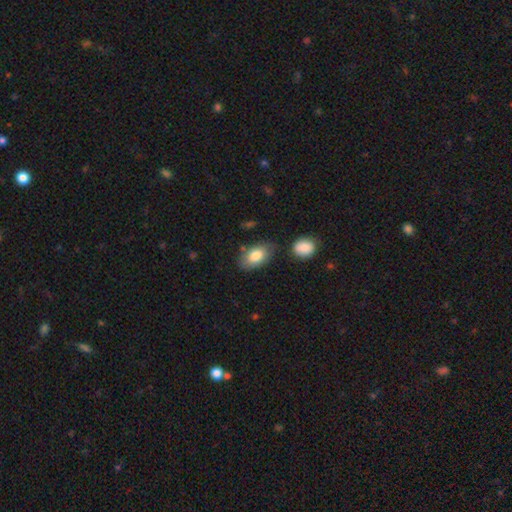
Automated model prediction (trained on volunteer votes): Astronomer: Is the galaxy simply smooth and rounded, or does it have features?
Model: smooth — 82%.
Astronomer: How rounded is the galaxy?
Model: in between — 93%.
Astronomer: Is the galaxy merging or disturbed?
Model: none — 72%.